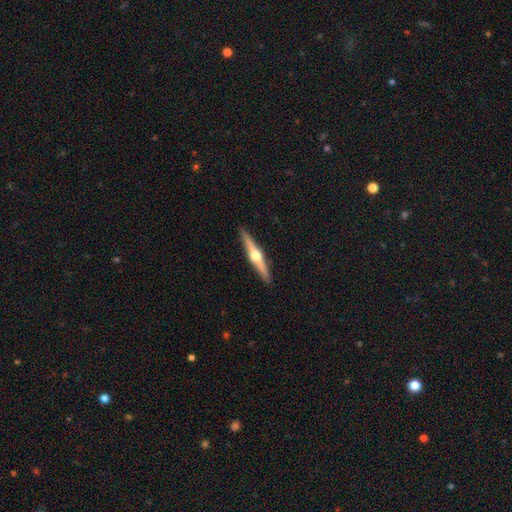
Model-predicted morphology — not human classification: type=featured or disk (75%); edge-on=yes (98%); edge-on bulge=rounded (96%); merging=none (92%).